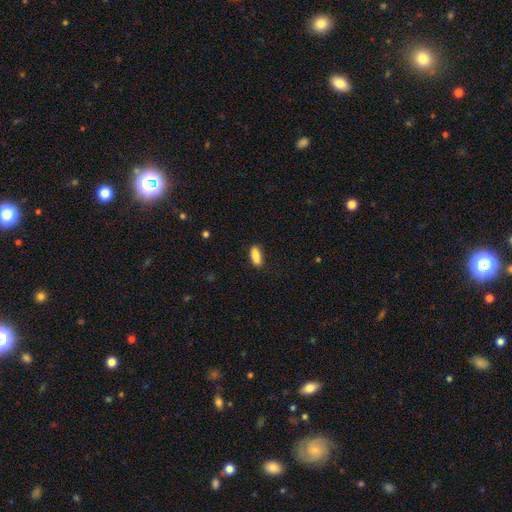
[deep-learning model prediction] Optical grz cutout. It shows a smooth galaxy with no disk features (84%) that is in between round and cigar-shaped (80%). Merging: none (80%).